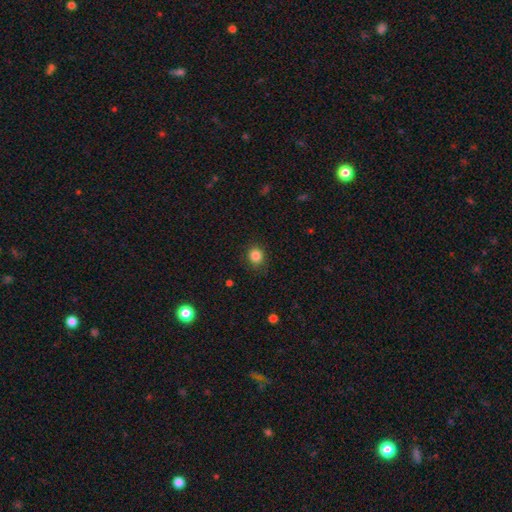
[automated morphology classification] This is clearly a smooth galaxy (85%). How rounded: likely round (78%). Merging: clearly none (87%).